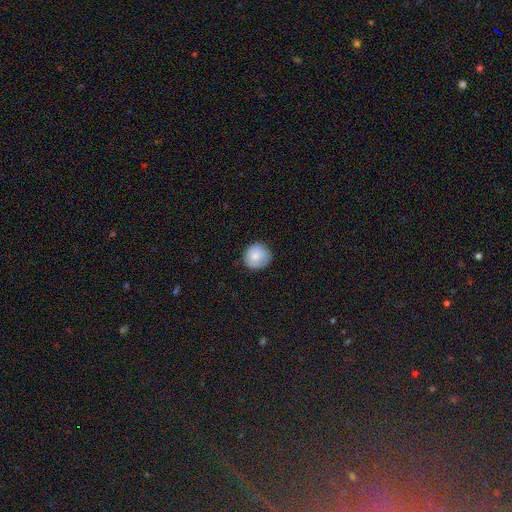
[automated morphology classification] A smooth galaxy with no disk features (84%) that is round (90%). Merging: none (82%).